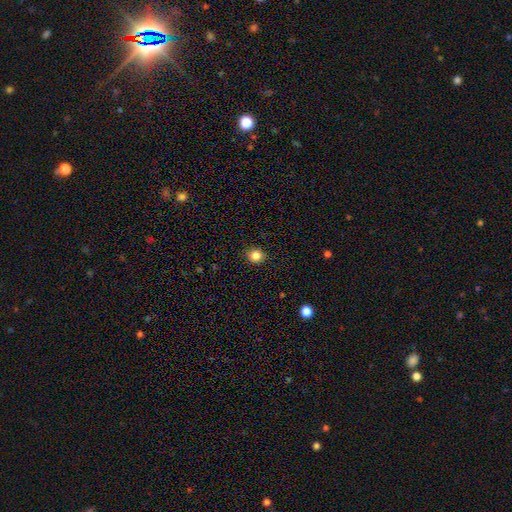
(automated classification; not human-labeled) Overall: smooth (84%). How rounded: round (87%). Merging: none (90%).